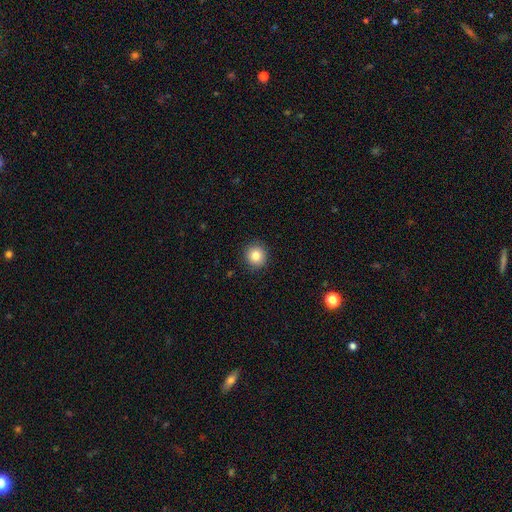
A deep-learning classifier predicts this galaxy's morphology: Overall: smooth (82%). How rounded: round (92%). Merging: none (91%).